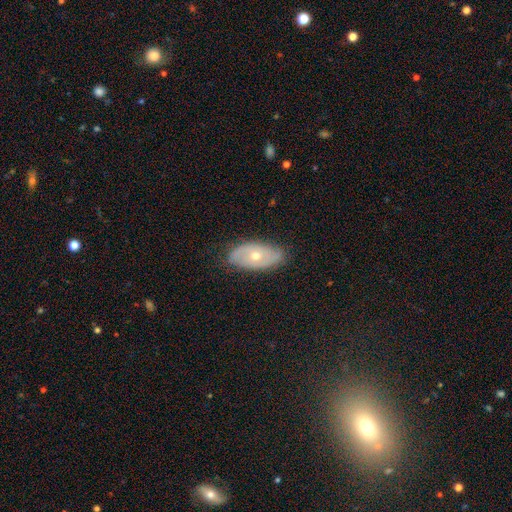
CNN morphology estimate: Smooth or featured?
  - featured or disk: 59% *
  - smooth: 34%
  - star or artifact: 7%
Edge-on disk?
  - no: 87% *
  - yes: 13%
Bar?
  - no: 85% *
  - weak: 12%
  - strong: 3%
Spiral arms?
  - yes: 55% *
  - no: 45%
Bulge size?
  - moderate: 54% *
  - small: 43%
  - large: 1%
  - none: 1%
  - dominant: 1%
Merging?
  - none: 78% *
  - minor disturbance: 17%
  - major disturbance: 4%
  - merger: 1%